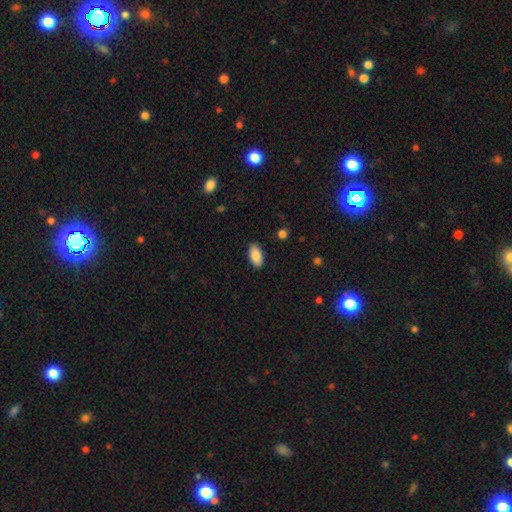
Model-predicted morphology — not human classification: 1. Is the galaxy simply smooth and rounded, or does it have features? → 88% smooth, 6% star or artifact, 5% featured or disk.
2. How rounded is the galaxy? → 94% in between, 4% cigar-shaped, 2% round.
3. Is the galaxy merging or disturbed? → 88% none, 9% minor disturbance, 2% major disturbance, 1% merger.